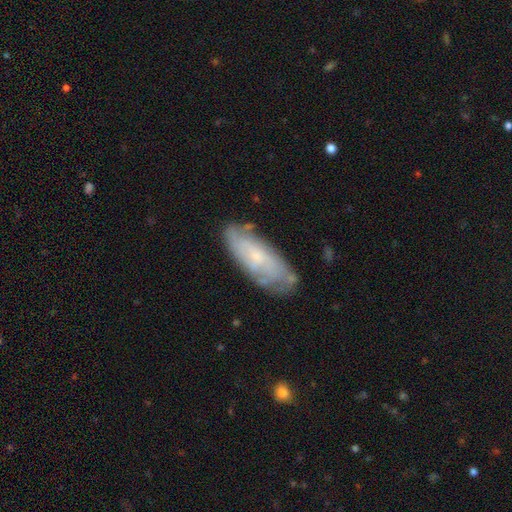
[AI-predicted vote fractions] Q: Smooth or featured?
A: featured or disk (53%); runner-up: smooth (40%)
Q: Edge-on disk?
A: no (83%); runner-up: yes (17%)
Q: Merging?
A: none (69%); runner-up: minor disturbance (22%)